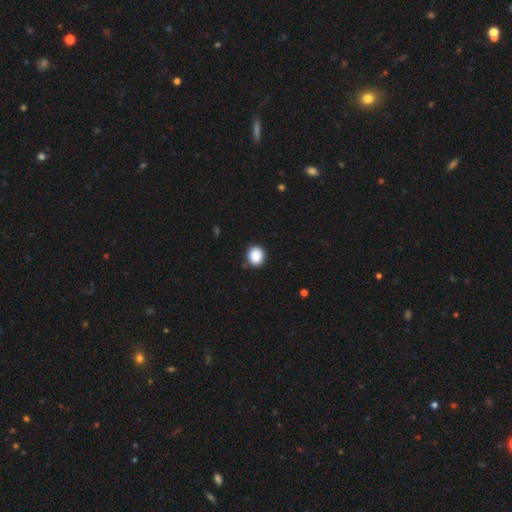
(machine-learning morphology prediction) type=smooth (89%); roundness=round (81%); merging=none (89%).